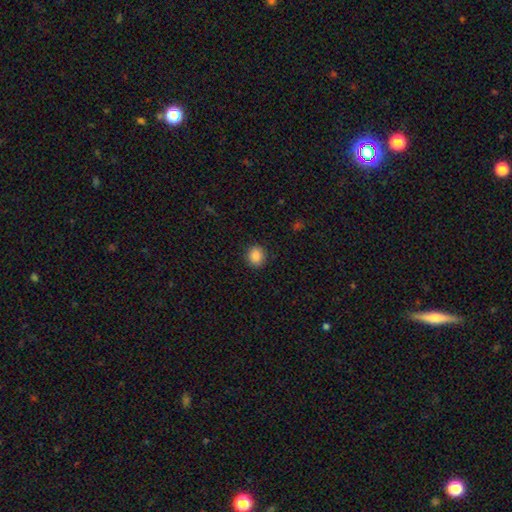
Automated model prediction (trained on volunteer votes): Overall: smooth (87%). How rounded: round (74%). Merging: none (90%).